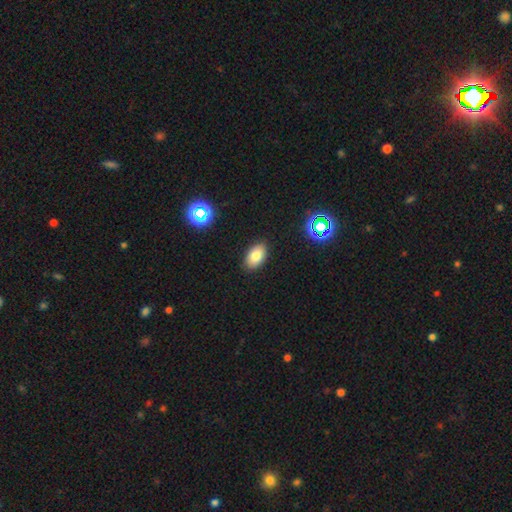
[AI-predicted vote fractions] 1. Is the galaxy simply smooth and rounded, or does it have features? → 80% smooth, 11% star or artifact, 9% featured or disk.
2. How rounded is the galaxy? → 92% in between, 7% round, 1% cigar-shaped.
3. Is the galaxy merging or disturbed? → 88% none, 9% minor disturbance, 2% major disturbance, 1% merger.